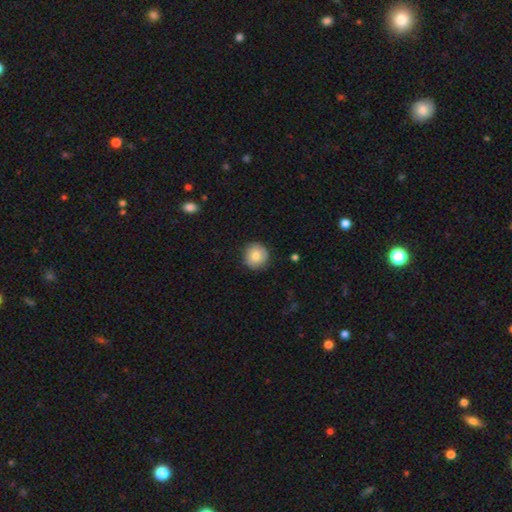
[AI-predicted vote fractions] Smooth or featured?
  - smooth: 77% *
  - featured or disk: 16%
  - star or artifact: 7%
How rounded?
  - round: 93% *
  - in between: 6%
  - cigar-shaped: 1%
Merging?
  - none: 84% *
  - minor disturbance: 12%
  - major disturbance: 3%
  - merger: 1%